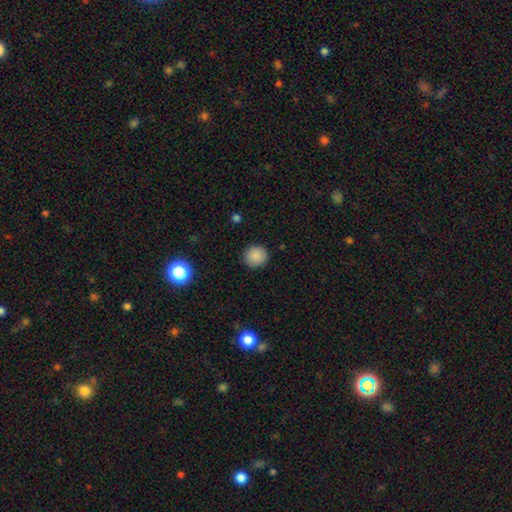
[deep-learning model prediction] This appears to be a smooth galaxy with no disk features (87%) that is round (92%). Merging: none (90%).